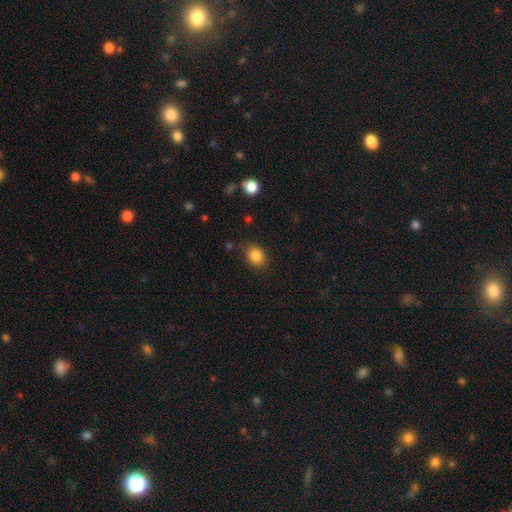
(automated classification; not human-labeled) This is clearly a smooth galaxy (85%). How rounded: possibly in between (51%). Merging: clearly none (85%).